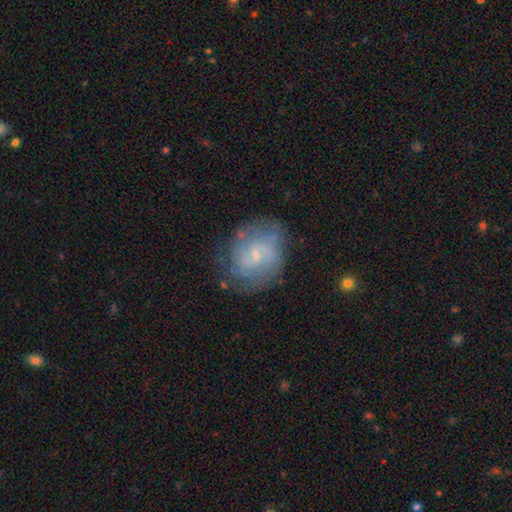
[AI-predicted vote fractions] Smooth or featured: featured or disk — 60% (smooth — 32%)
Edge-on disk: no — 97% (yes — 3%)
Bar: no — 53% (weak — 40%)
Spiral arms: yes — 72% (no — 28%)
Bulge size: small — 74% (moderate — 19%)
Merging: none — 65% (minor disturbance — 21%)